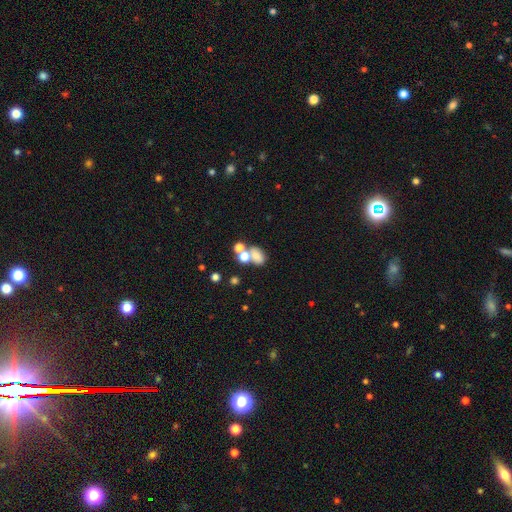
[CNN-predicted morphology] smooth_or_featured: smooth (p=0.65) [alt: featured or disk p=0.19]
how_rounded: in between (p=0.70) [alt: round p=0.28]
merging: merger (p=0.47) [alt: none p=0.31]